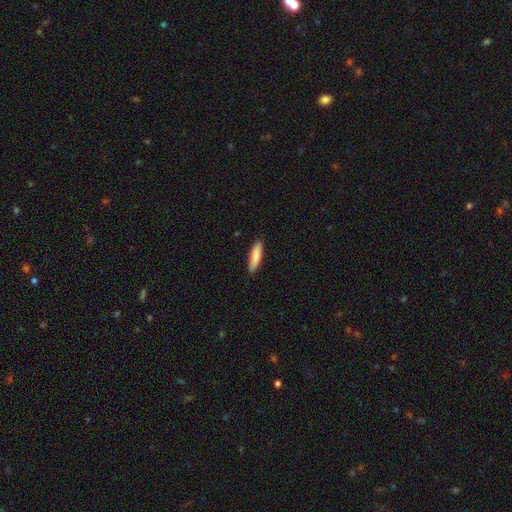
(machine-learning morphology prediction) Smooth or featured: smooth — 84% (featured or disk — 11%)
How rounded: cigar-shaped — 76% (in between — 23%)
Merging: none — 88% (minor disturbance — 10%)